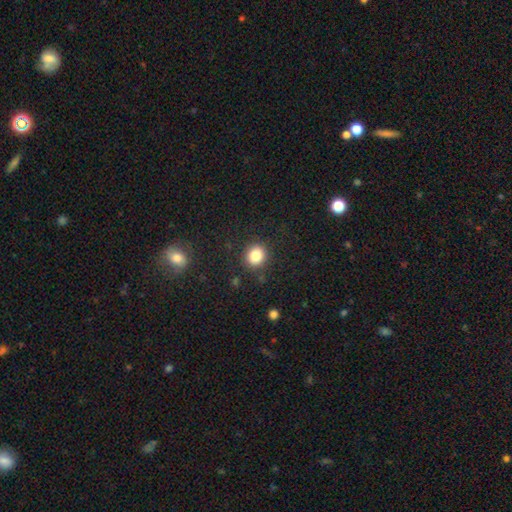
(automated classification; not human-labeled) smooth_or_featured: smooth (p=0.84) [alt: star or artifact p=0.11]
how_rounded: round (p=0.78) [alt: in between p=0.21]
merging: none (p=0.87) [alt: minor disturbance p=0.08]